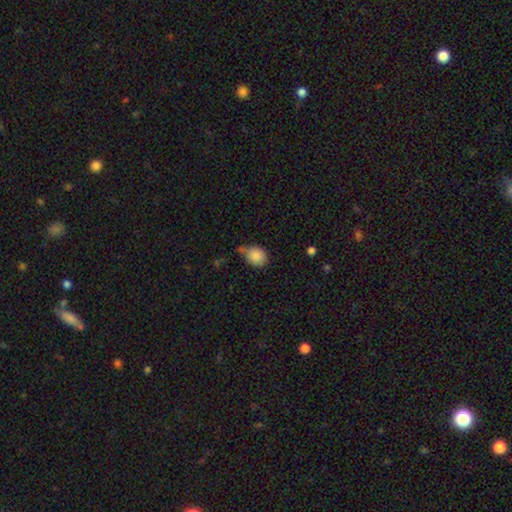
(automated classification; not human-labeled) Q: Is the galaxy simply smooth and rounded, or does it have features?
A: smooth — 86%.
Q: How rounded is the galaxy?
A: round — 62%.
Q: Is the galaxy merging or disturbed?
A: none — 49%.